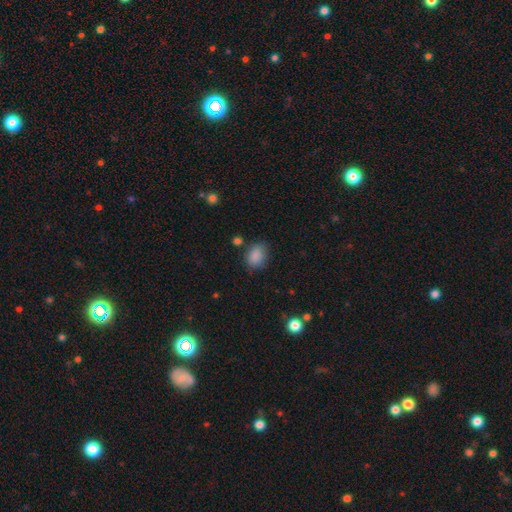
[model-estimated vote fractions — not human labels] This appears to be a smooth galaxy with no disk features (87%) that is in between round and cigar-shaped (65%). Merging: none (73%).